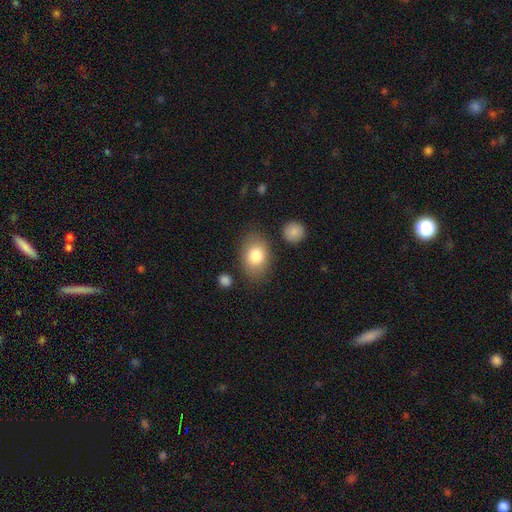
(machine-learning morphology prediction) type=smooth (81%); roundness=in between (76%); merging=none (78%).